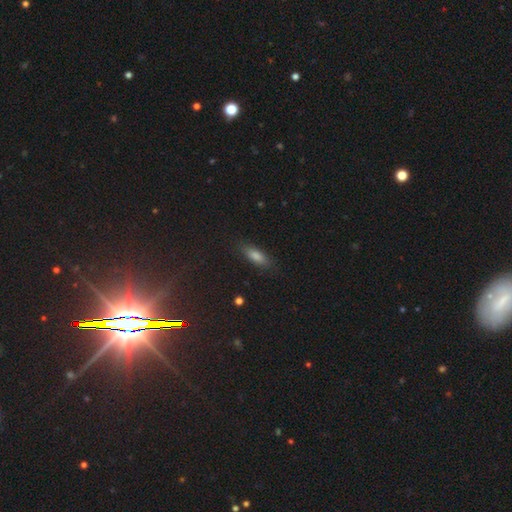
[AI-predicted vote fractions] This appears to be a smooth galaxy with no disk features (73%) that is in between round and cigar-shaped (63%). Merging: none (85%).